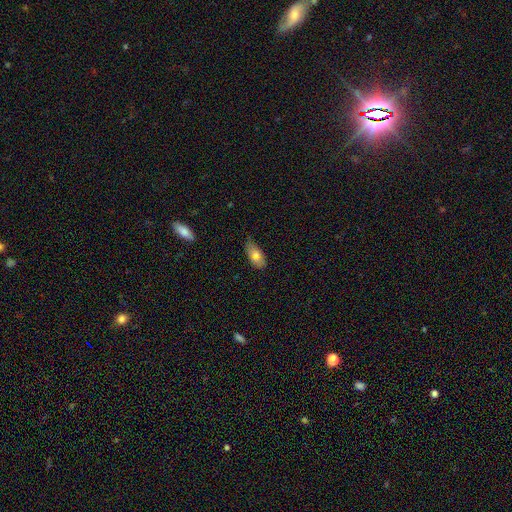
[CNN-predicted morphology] smooth-or-featured: smooth: 73% | featured or disk: 19% | star or artifact: 8%
  how-rounded: in between: 87% | cigar-shaped: 10% | round: 3%
  merging: none: 63% | minor disturbance: 30% | major disturbance: 5% | merger: 2%